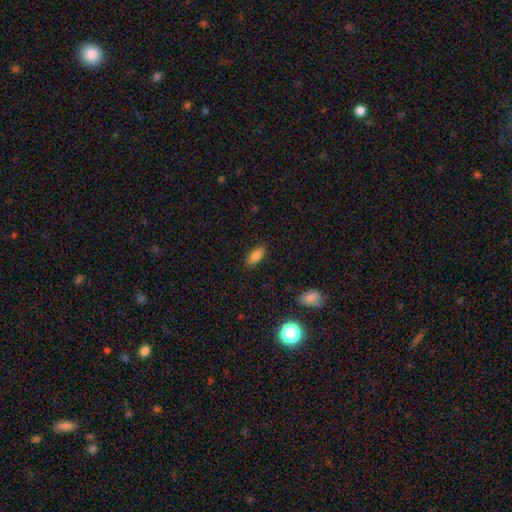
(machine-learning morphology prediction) This is clearly a smooth galaxy (85%). How rounded: clearly in between (82%). Merging: clearly none (87%).